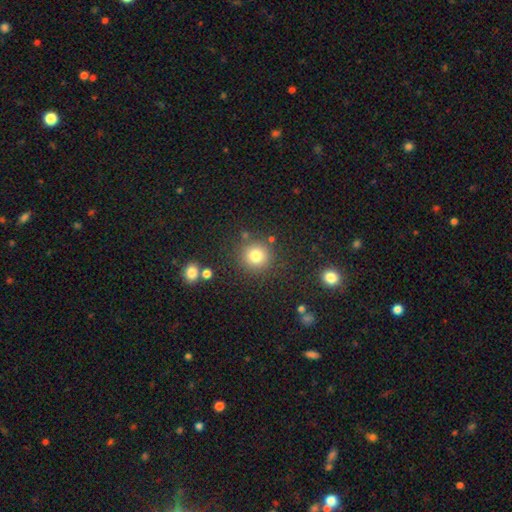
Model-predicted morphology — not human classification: The model was most divided on "smooth or featured": smooth: 80%, star or artifact: 13%, featured or disk: 7%. More confident: how rounded — round (93%); merging — none (85%).